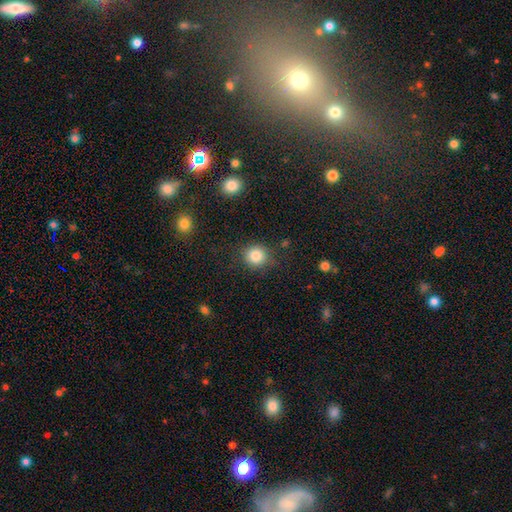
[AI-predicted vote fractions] This appears to be a smooth galaxy with no disk features (85%) that is round (87%). Merging: none (82%).